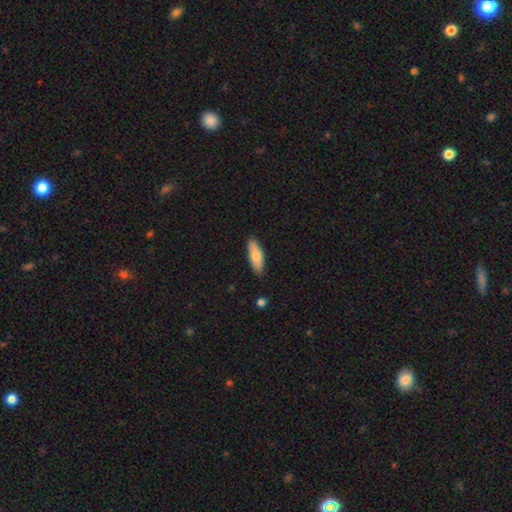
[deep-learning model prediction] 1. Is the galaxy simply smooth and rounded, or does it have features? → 73% smooth, 21% featured or disk, 6% star or artifact.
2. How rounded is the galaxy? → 56% in between, 42% cigar-shaped, 2% round.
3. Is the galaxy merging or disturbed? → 87% none, 10% minor disturbance, 2% major disturbance, 1% merger.